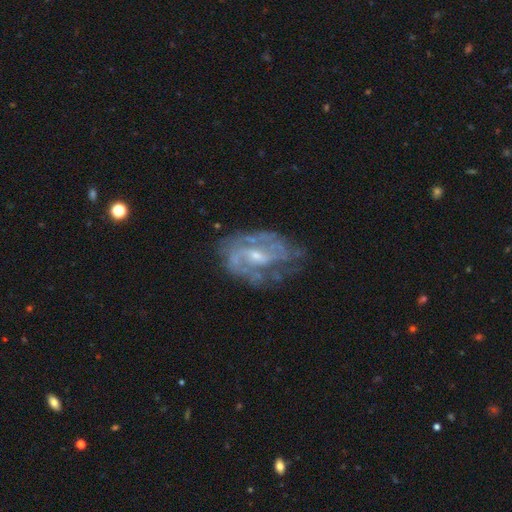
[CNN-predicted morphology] Smooth or featured?
  - featured or disk: 83% *
  - smooth: 10%
  - star or artifact: 7%
Edge-on disk?
  - no: 96% *
  - yes: 4%
Bar?
  - weak: 49% *
  - no: 35%
  - strong: 16%
Spiral arms?
  - yes: 86% *
  - no: 14%
Spiral winding?
  - medium: 44% *
  - tight: 37%
  - loose: 18%
Spiral arm count?
  - 2: 49% *
  - can't tell: 29%
  - 3: 11%
  - 1: 5%
  - 4: 4%
  - more than 4: 3%
Bulge size?
  - small: 57% *
  - moderate: 36%
  - none: 5%
  - large: 2%
  - dominant: 1%
Merging?
  - none: 59% *
  - minor disturbance: 23%
  - major disturbance: 15%
  - merger: 3%